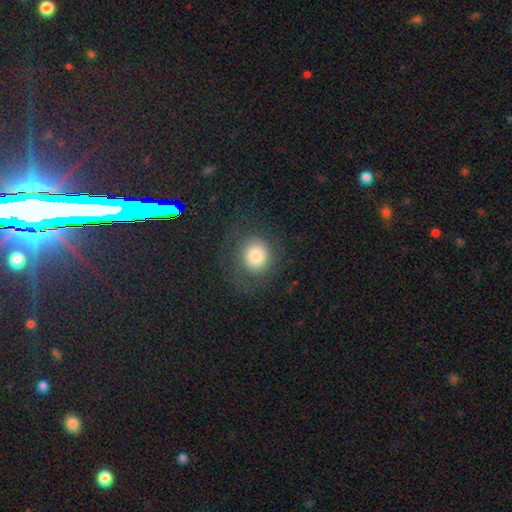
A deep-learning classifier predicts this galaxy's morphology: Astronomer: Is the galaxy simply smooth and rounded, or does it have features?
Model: smooth — 78%.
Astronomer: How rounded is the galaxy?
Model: round — 83%.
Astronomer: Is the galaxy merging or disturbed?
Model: none — 77%.